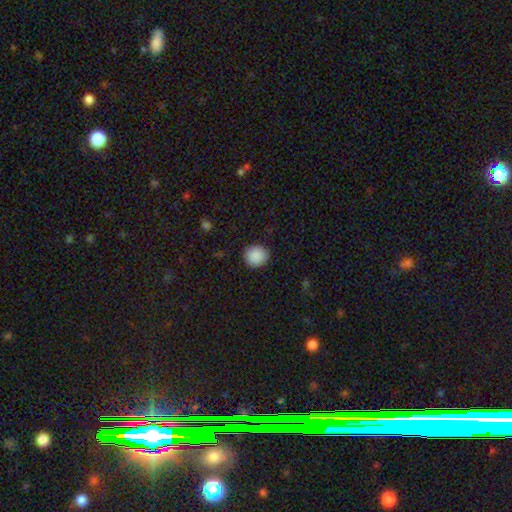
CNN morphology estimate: Q: Smooth or featured?
A: smooth (89%); runner-up: star or artifact (8%)
Q: How rounded?
A: round (91%); runner-up: in between (8%)
Q: Merging?
A: none (91%); runner-up: minor disturbance (6%)